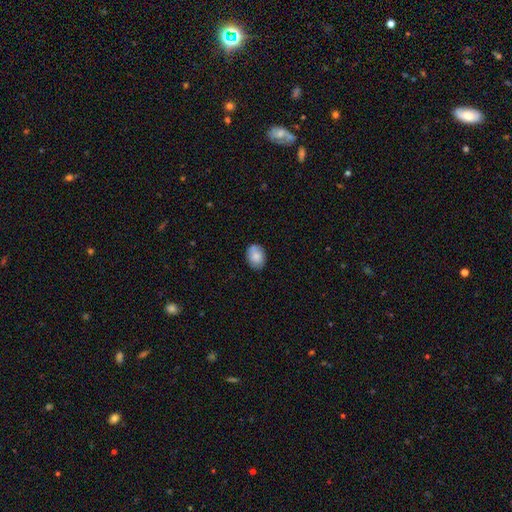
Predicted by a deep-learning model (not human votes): This is likely a smooth galaxy (77%). How rounded: likely in between (70%). Merging: likely none (76%).